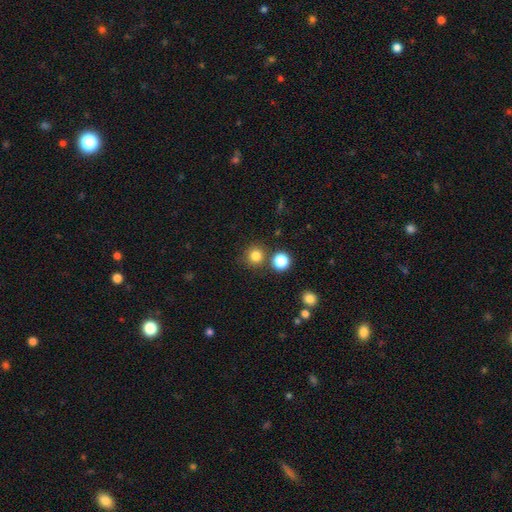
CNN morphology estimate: Smooth or featured? smooth (81%)
How rounded? round (92%)
Merging? none (80%)